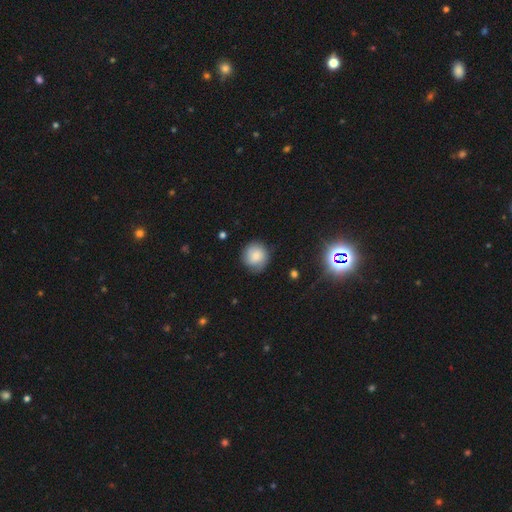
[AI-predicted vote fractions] smooth-or-featured: smooth: 75% | featured or disk: 16% | star or artifact: 9%
  how-rounded: round: 90% | in between: 9% | cigar-shaped: 1%
  merging: none: 77% | minor disturbance: 17% | major disturbance: 5% | merger: 1%